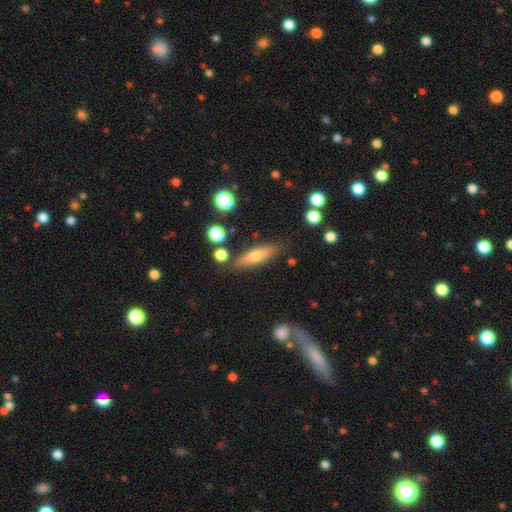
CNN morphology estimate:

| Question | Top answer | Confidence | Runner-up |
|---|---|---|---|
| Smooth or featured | smooth | 59% | featured or disk (34%) |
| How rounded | cigar-shaped | 65% | in between (32%) |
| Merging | none | 81% | minor disturbance (11%) |